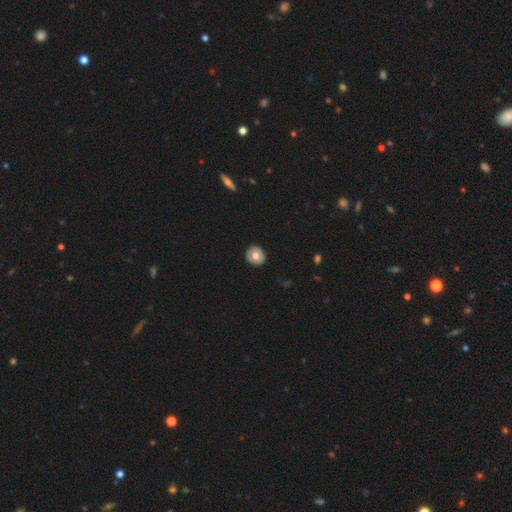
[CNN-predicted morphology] smooth-or-featured: smooth: 69% | featured or disk: 23% | star or artifact: 7%
  how-rounded: round: 87% | in between: 12% | cigar-shaped: 1%
  merging: none: 91% | minor disturbance: 7% | major disturbance: 2% | merger: 1%